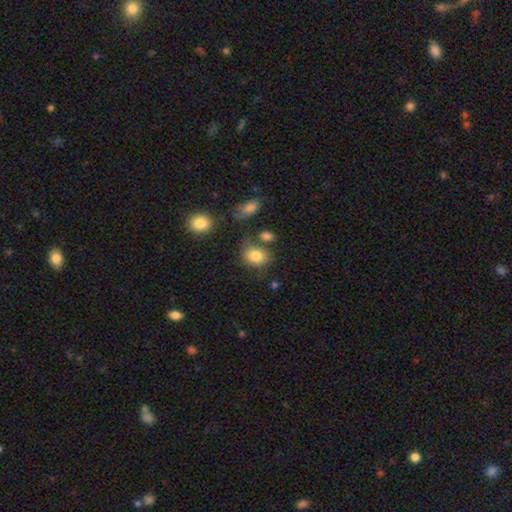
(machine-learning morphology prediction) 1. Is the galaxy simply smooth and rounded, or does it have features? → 82% smooth, 10% star or artifact, 8% featured or disk.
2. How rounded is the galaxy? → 57% in between, 42% round, 1% cigar-shaped.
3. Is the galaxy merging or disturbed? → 60% none, 20% minor disturbance, 12% merger, 8% major disturbance.